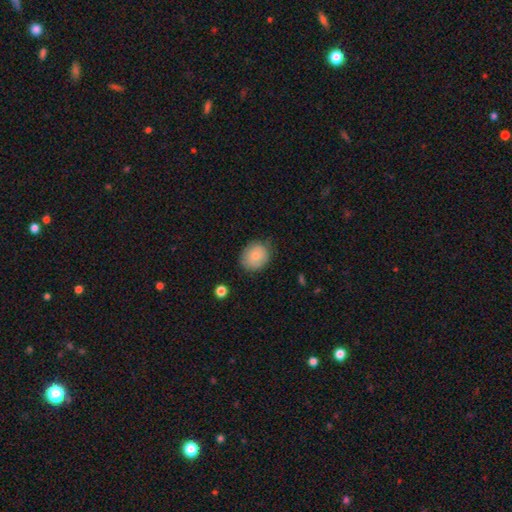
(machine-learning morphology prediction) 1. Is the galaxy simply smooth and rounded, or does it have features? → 79% smooth, 14% featured or disk, 7% star or artifact.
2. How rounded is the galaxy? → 66% round, 34% in between, 1% cigar-shaped.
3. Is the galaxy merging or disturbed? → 75% none, 20% minor disturbance, 4% major disturbance, 1% merger.